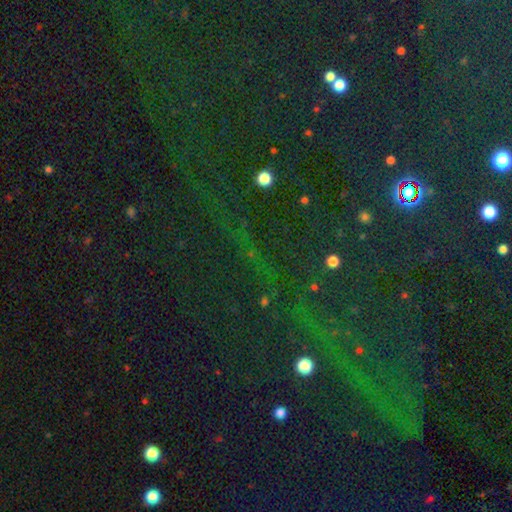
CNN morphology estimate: Q: Smooth or featured?
A: star or artifact (81%); runner-up: smooth (11%)